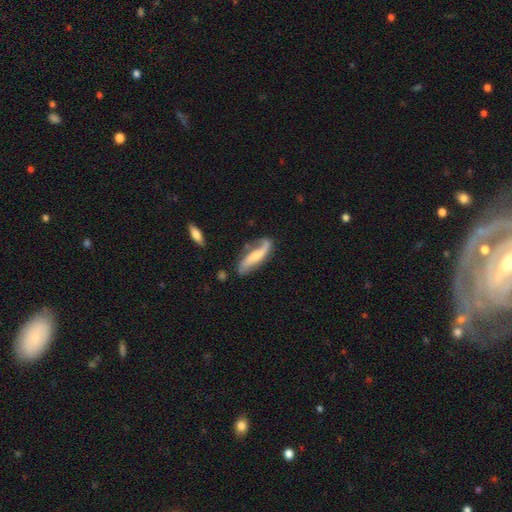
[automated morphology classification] Smooth or featured: featured or disk — 61% (smooth — 33%)
Edge-on disk: no — 78% (yes — 22%)
Merging: none — 55% (minor disturbance — 25%)